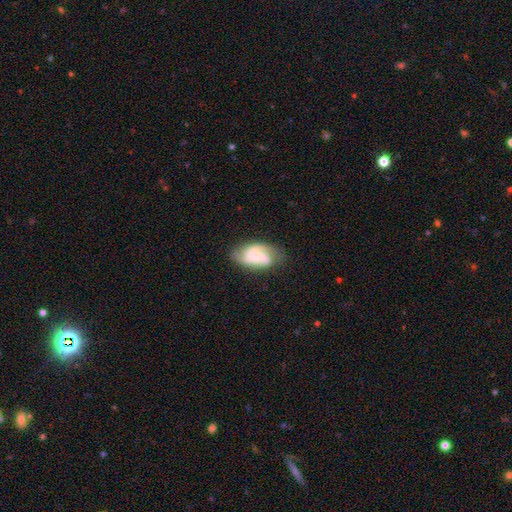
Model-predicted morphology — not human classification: type=featured or disk (68%); edge-on=no (97%); bar=no (50%); spiral arms=yes (94%); winding=medium (48%); arm count=2 (43%); bulge=none (35%); merging=none (63%).